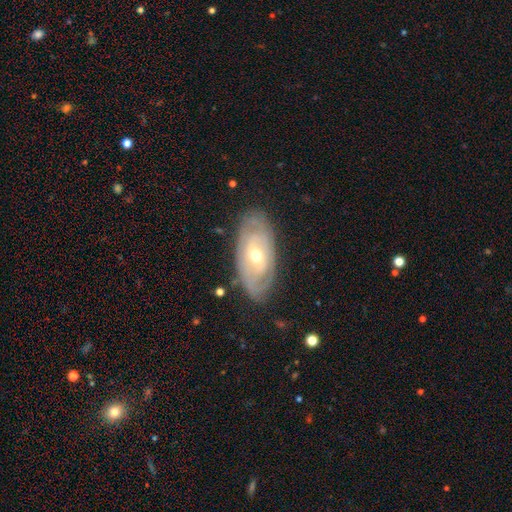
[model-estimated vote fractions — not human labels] A featured or disk galaxy (77%) with no bar (63%), tight (74%) spiral arms (79%) and a moderate central bulge (59%). Merging: none (80%).